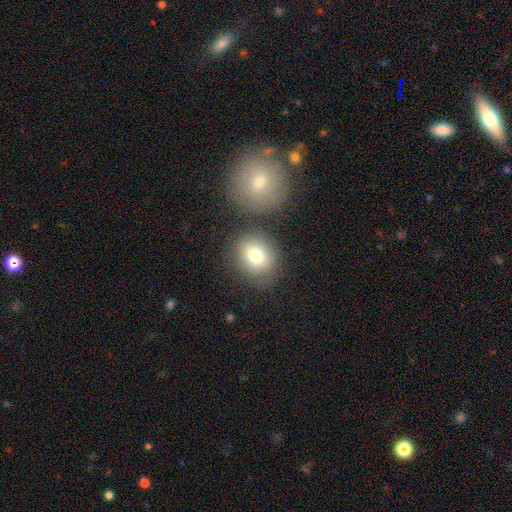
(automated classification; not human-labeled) The model was most divided on "how rounded": round: 66%, in between: 33%, cigar-shaped: 1%. More confident: smooth or featured — smooth (78%); merging — none (74%).